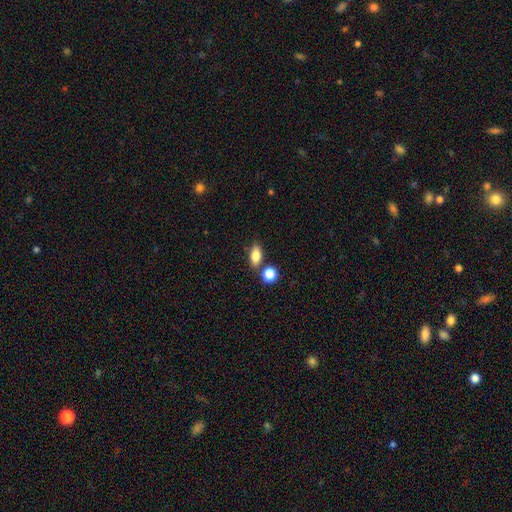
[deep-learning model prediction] Overall: smooth (82%). How rounded: in between (81%). Merging: none (71%).